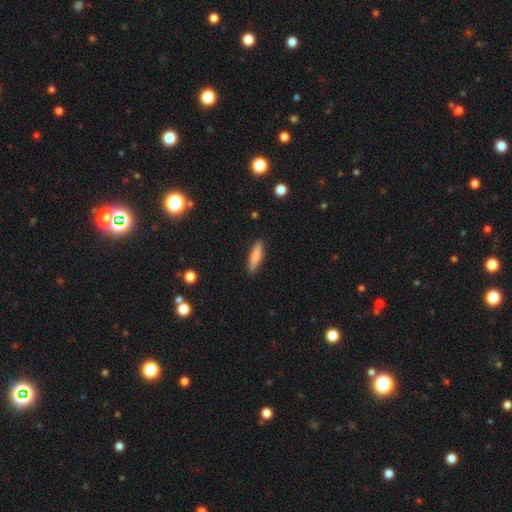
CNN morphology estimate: type=smooth (80%); roundness=cigar-shaped (74%); merging=none (87%).